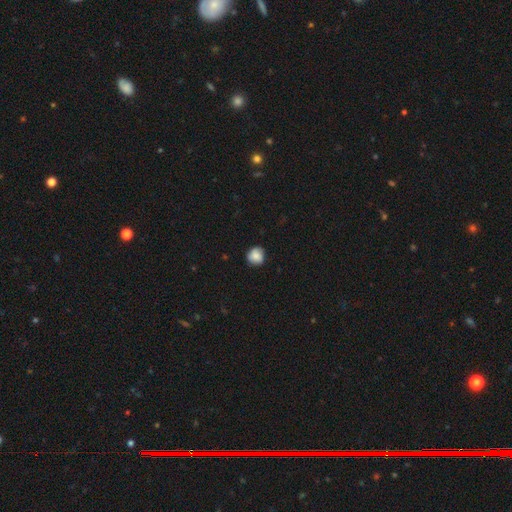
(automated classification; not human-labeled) Smooth or featured? smooth (84%)
How rounded? round (86%)
Merging? none (81%)